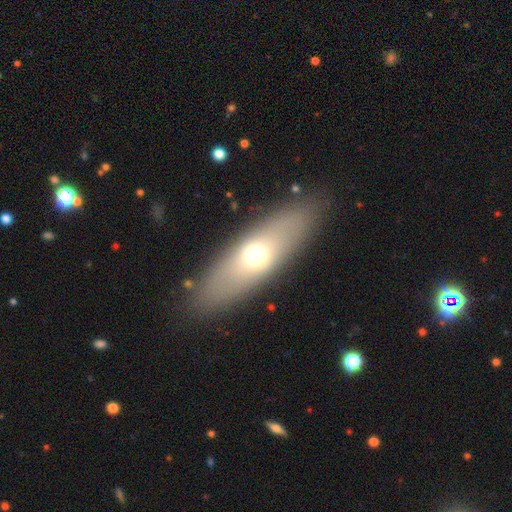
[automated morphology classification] smooth 56%, featured or disk 36%, star or artifact 8%. Down the decision tree: how rounded — in between (58%); merging — none (85%).